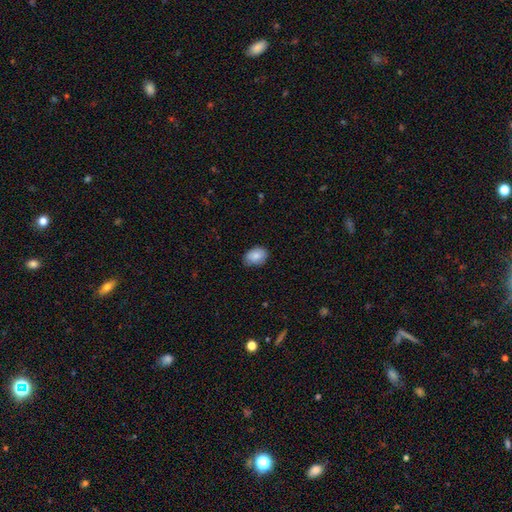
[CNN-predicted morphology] The model was most divided on "merging": none: 75%, minor disturbance: 21%, major disturbance: 3%, merger: 1%. More confident: smooth or featured — smooth (85%); how rounded — in between (81%).